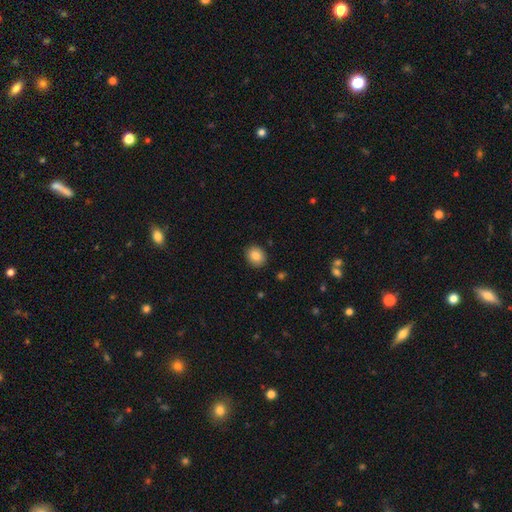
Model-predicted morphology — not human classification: Smooth or featured?
  - smooth: 85% *
  - star or artifact: 9%
  - featured or disk: 7%
How rounded?
  - round: 60% *
  - in between: 39%
  - cigar-shaped: 1%
Merging?
  - none: 89% *
  - minor disturbance: 7%
  - major disturbance: 2%
  - merger: 1%